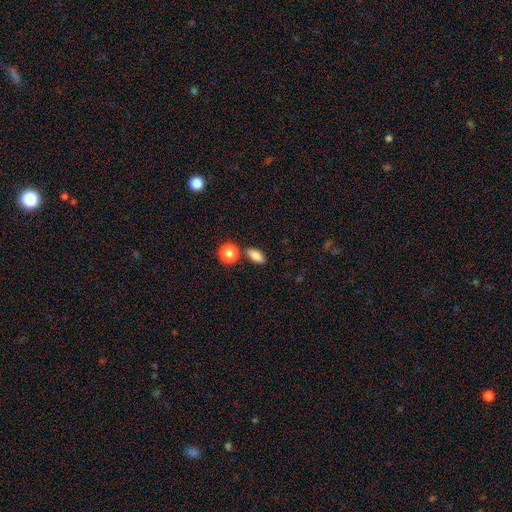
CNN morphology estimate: type=smooth (84%); roundness=in between (81%); merging=none (80%).